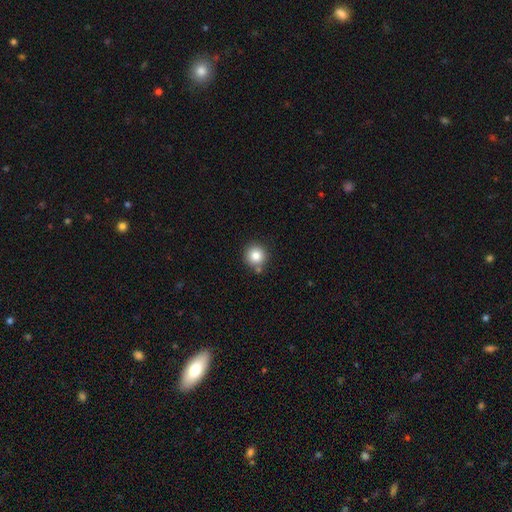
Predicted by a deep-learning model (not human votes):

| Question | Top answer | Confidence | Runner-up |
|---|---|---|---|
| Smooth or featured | smooth | 82% | star or artifact (10%) |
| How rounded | round | 94% | in between (5%) |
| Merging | none | 77% | minor disturbance (10%) |